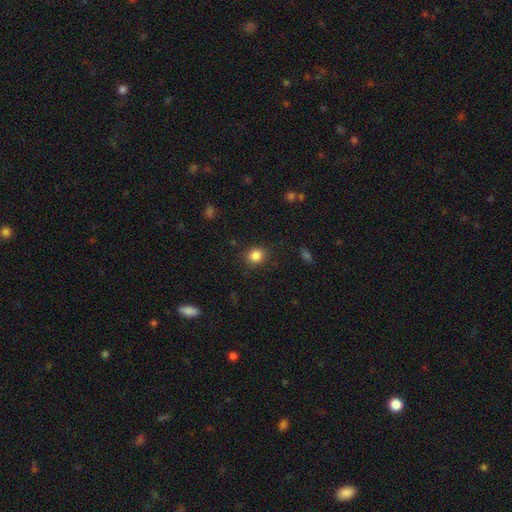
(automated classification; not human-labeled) smooth-or-featured: smooth: 85% | star or artifact: 11% | featured or disk: 5%
  how-rounded: round: 74% | in between: 25% | cigar-shaped: 1%
  merging: none: 87% | minor disturbance: 9% | major disturbance: 3% | merger: 1%